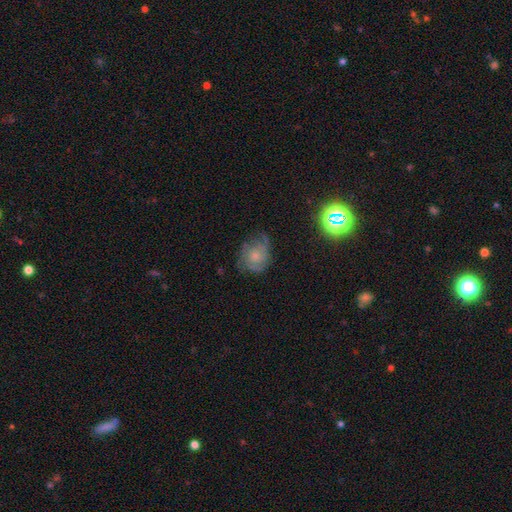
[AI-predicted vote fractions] This is possibly a featured or disk galaxy (53%). It is clearly not viewed edge-on (97%). Bar: clearly no (81%). Spiral arm pattern: clearly yes (81%). Central bulge: possibly small (46%). Merging: possibly none (58%).